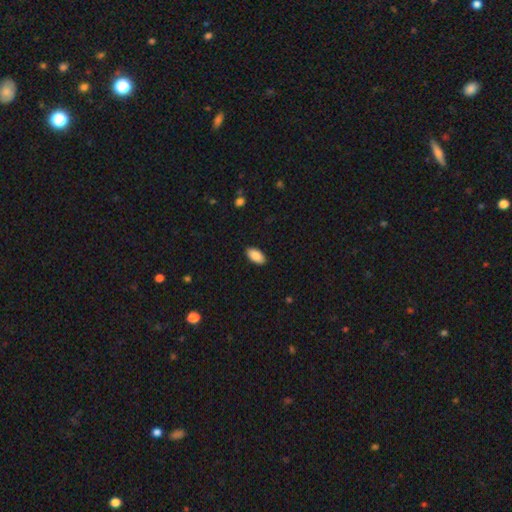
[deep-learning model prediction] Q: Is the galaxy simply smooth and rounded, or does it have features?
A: smooth — 88%.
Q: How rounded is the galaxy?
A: in between — 94%.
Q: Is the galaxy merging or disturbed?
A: none — 90%.